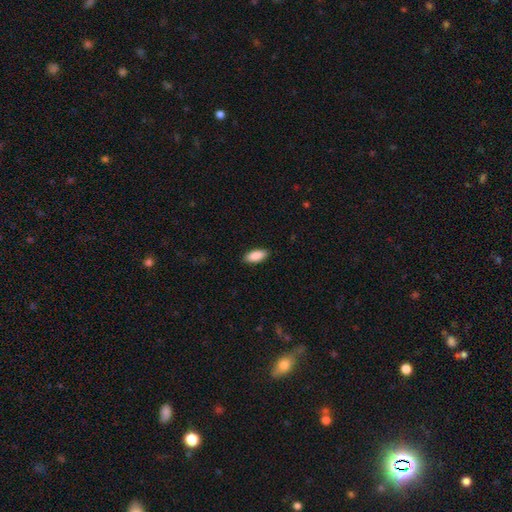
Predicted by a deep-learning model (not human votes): Smooth or featured?
  - smooth: 89% *
  - star or artifact: 6%
  - featured or disk: 5%
How rounded?
  - in between: 88% *
  - cigar-shaped: 10%
  - round: 2%
Merging?
  - none: 89% *
  - minor disturbance: 8%
  - major disturbance: 2%
  - merger: 1%